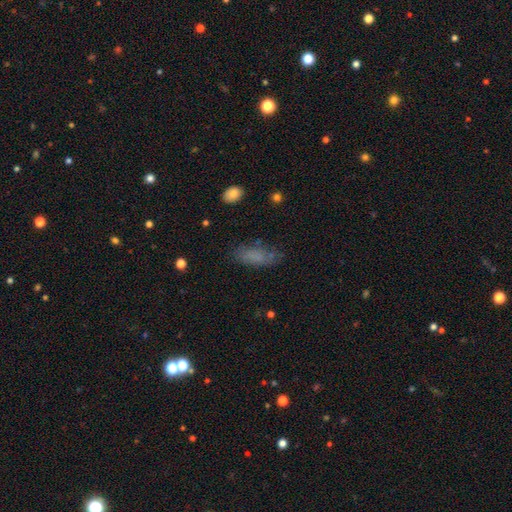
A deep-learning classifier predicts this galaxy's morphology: Smooth or featured?
  - smooth: 71% *
  - featured or disk: 17%
  - star or artifact: 12%
How rounded?
  - in between: 75% *
  - cigar-shaped: 22%
  - round: 3%
Merging?
  - none: 69% *
  - minor disturbance: 20%
  - major disturbance: 8%
  - merger: 2%